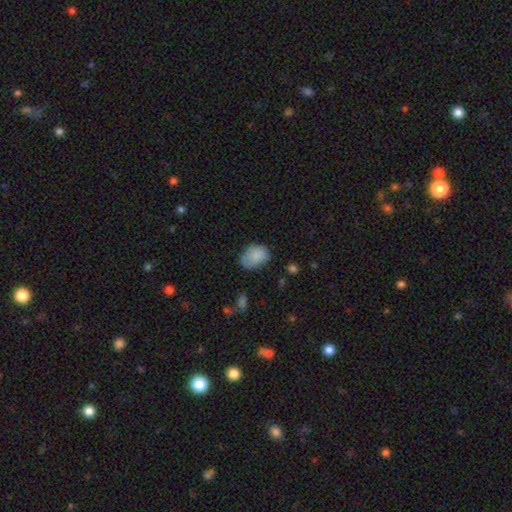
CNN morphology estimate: smooth_or_featured: smooth (p=0.82) [alt: featured or disk p=0.10]
how_rounded: in between (p=0.71) [alt: round p=0.28]
merging: none (p=0.61) [alt: minor disturbance p=0.29]